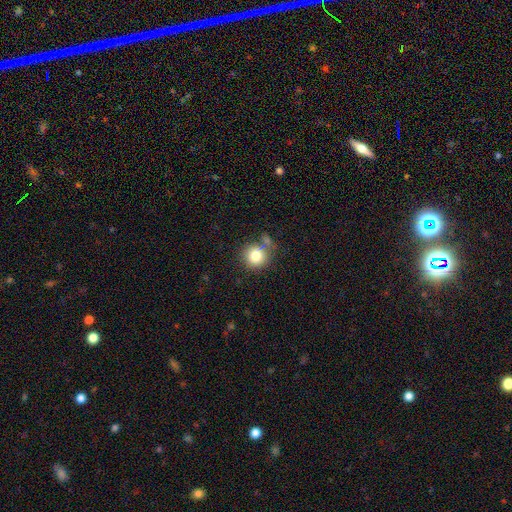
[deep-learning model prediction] A smooth galaxy with no disk features (80%) that is round (89%).

Vote fractions:
- Smooth or featured? smooth: 80% / star or artifact: 11% / featured or disk: 9%
- How rounded? round: 89% / in between: 10% / cigar-shaped: 1%
- Merging? none: 66% / minor disturbance: 15% / merger: 13% / major disturbance: 6%